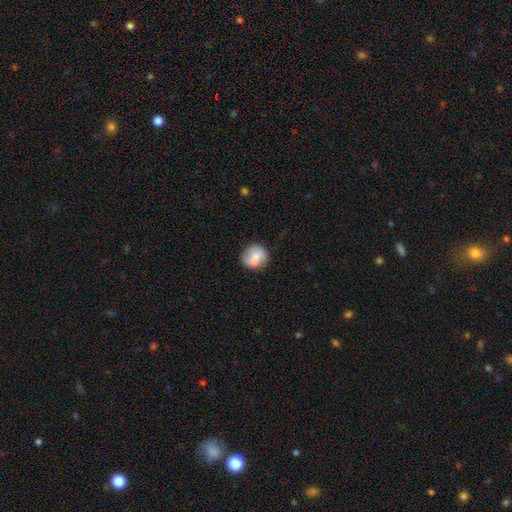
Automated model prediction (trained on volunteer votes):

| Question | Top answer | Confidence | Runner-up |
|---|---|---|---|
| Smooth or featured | smooth | 68% | featured or disk (25%) |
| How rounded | round | 84% | in between (15%) |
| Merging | none | 54% | merger (25%) |